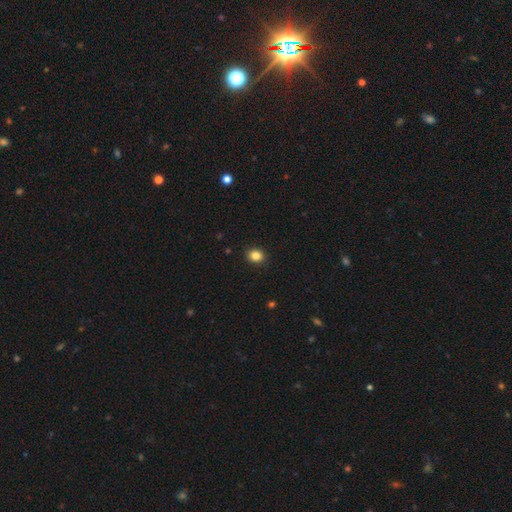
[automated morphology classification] A smooth galaxy with no disk features (85%) that is round (58%).

Vote fractions:
- Smooth or featured? smooth: 85% / star or artifact: 11% / featured or disk: 4%
- How rounded? round: 58% / in between: 41% / cigar-shaped: 1%
- Merging? none: 91% / minor disturbance: 6% / major disturbance: 2% / merger: 1%